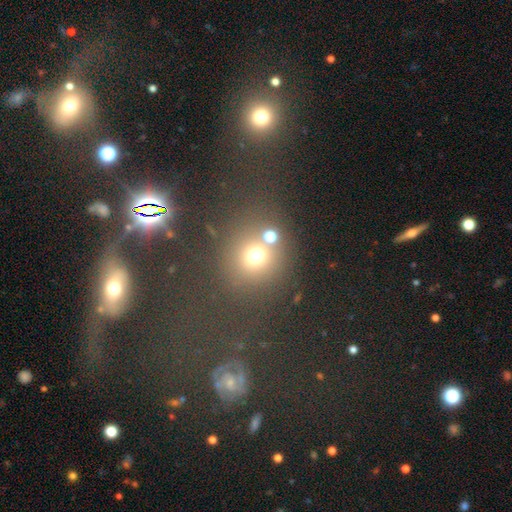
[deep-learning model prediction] Smooth or featured? smooth (64%)
How rounded? round (88%)
Merging? none (64%)